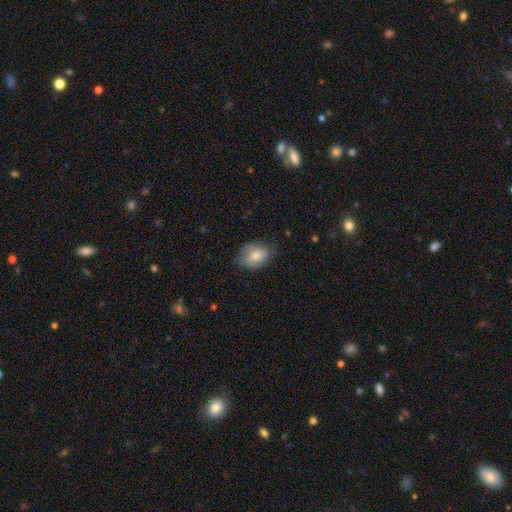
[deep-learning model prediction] smooth-or-featured: smooth: 79% | featured or disk: 14% | star or artifact: 7%
  how-rounded: in between: 75% | round: 24% | cigar-shaped: 1%
  merging: none: 69% | minor disturbance: 24% | major disturbance: 6% | merger: 1%